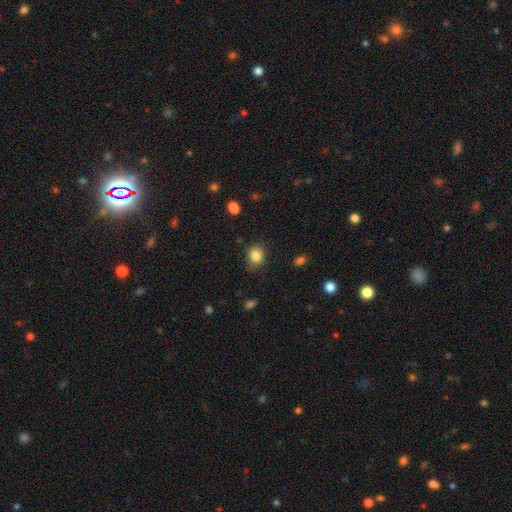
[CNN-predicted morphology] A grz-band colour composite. It shows a smooth galaxy with no disk features (85%) that is round (68%). Merging: none (80%).